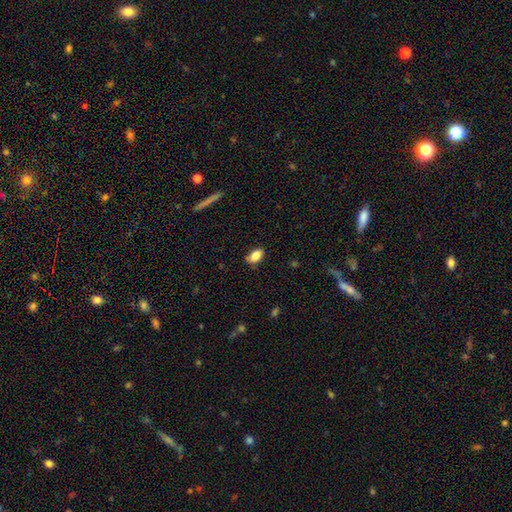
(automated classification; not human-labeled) Overall: smooth (84%). How rounded: in between (89%). Merging: none (79%).